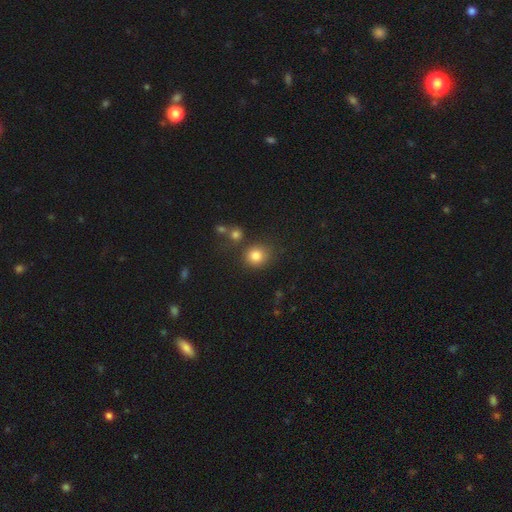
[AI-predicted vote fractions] A smooth galaxy with no disk features (83%) that is round (81%). Merging: none (74%).